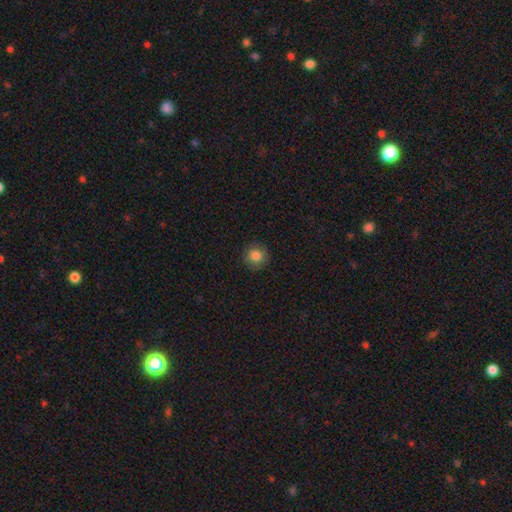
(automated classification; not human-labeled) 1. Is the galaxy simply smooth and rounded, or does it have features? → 83% smooth, 10% star or artifact, 7% featured or disk.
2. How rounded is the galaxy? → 94% round, 5% in between, 1% cigar-shaped.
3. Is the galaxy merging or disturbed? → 90% none, 7% minor disturbance, 2% major disturbance, 1% merger.